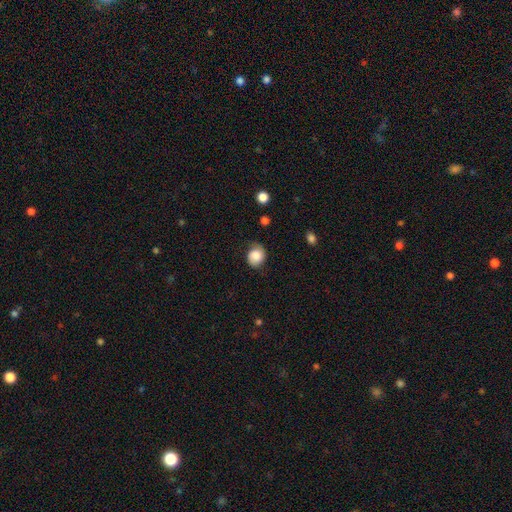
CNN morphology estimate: Smooth or featured: smooth — 78% (featured or disk — 14%)
How rounded: round — 68% (in between — 32%)
Merging: none — 61% (minor disturbance — 28%)